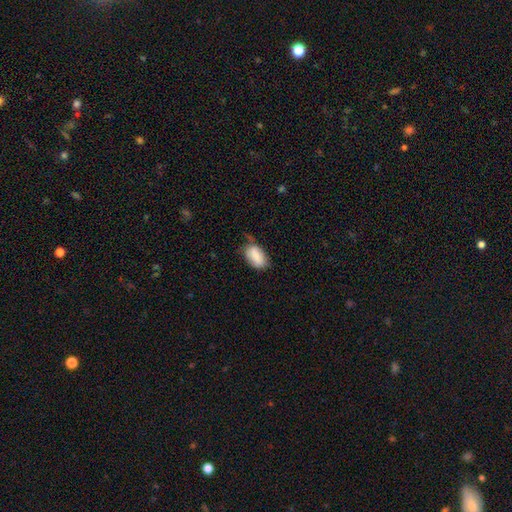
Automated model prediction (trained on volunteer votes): Smooth or featured? Predicted: smooth (p=0.84). How rounded? Predicted: in between (p=0.91). Merging? Predicted: none (p=0.48).